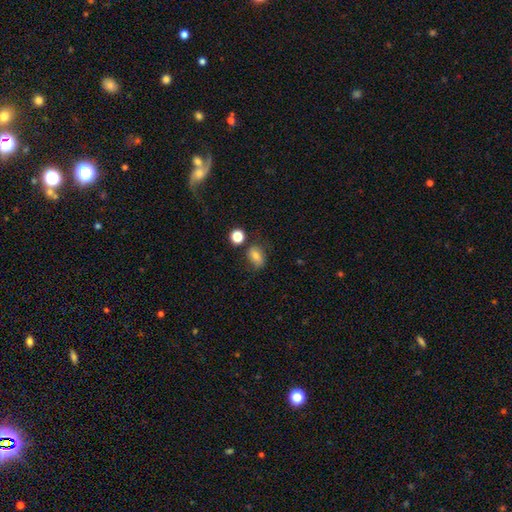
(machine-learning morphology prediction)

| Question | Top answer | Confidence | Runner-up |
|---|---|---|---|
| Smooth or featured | smooth | 75% | featured or disk (13%) |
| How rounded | in between | 70% | round (28%) |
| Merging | none | 66% | minor disturbance (20%) |